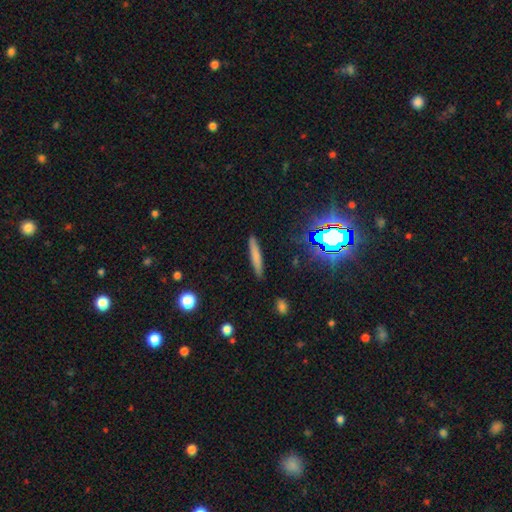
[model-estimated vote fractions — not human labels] smooth-or-featured: smooth: 68% | featured or disk: 19% | star or artifact: 13%
  how-rounded: cigar-shaped: 92% | in between: 6% | round: 2%
  merging: none: 88% | minor disturbance: 8% | major disturbance: 2% | merger: 2%